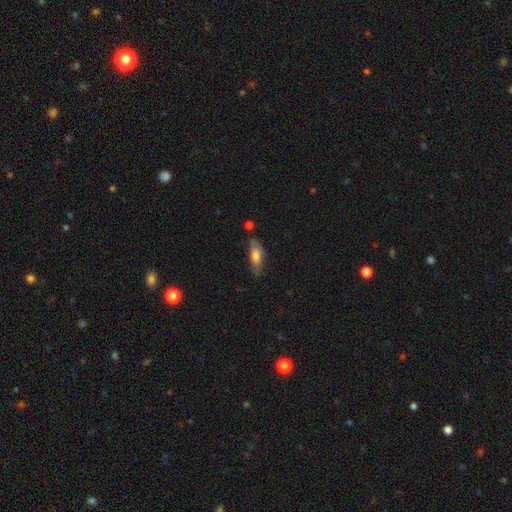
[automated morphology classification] A smooth galaxy with no disk features (63%) that is in between round and cigar-shaped (62%).

Vote fractions:
- Smooth or featured? smooth: 63% / featured or disk: 30% / star or artifact: 7%
- How rounded? in between: 62% / cigar-shaped: 35% / round: 2%
- Merging? none: 65% / minor disturbance: 23% / major disturbance: 6% / merger: 5%